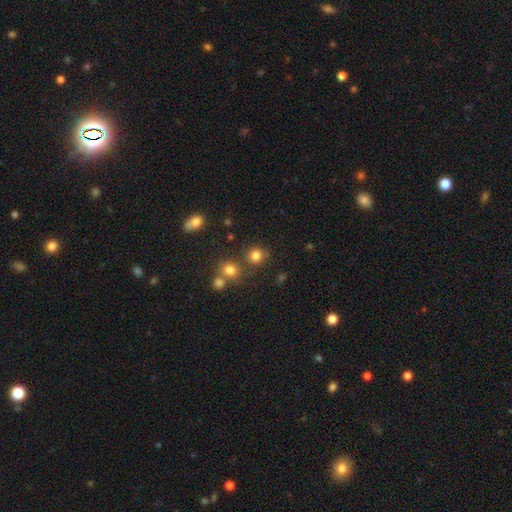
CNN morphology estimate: smooth-or-featured: smooth: 79% | star or artifact: 15% | featured or disk: 6%
  how-rounded: round: 85% | in between: 14% | cigar-shaped: 1%
  merging: none: 70% | merger: 16% | minor disturbance: 10% | major disturbance: 4%